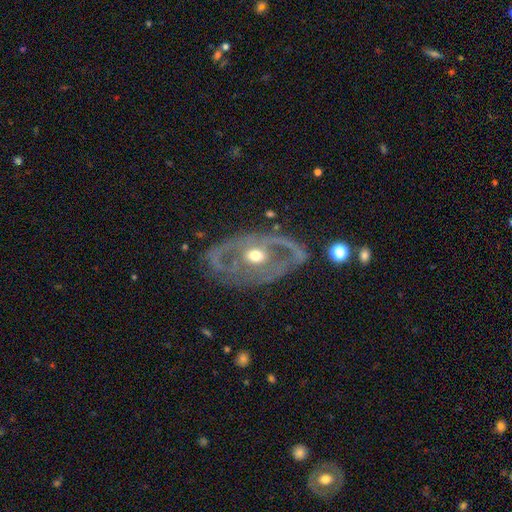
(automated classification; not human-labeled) The model was most divided on "spiral arms": yes: 57%, no: 43%. More confident: edge-on disk — no (94%); smooth or featured — featured or disk (81%); bulge size — moderate (72%); merging — none (67%); bar — no (63%).